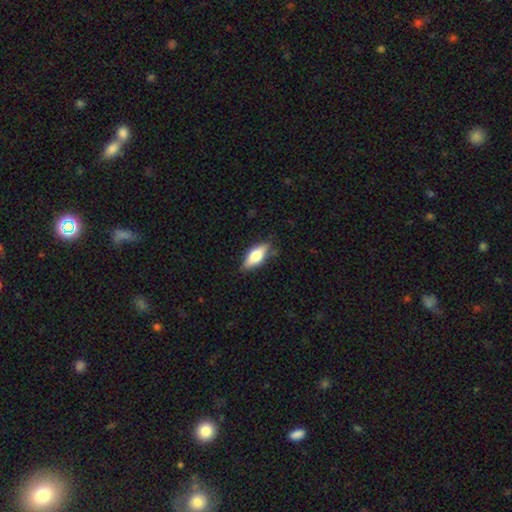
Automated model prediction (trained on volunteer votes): Morphology: type=smooth (58%); roundness=in between (71%); merging=none (82%).